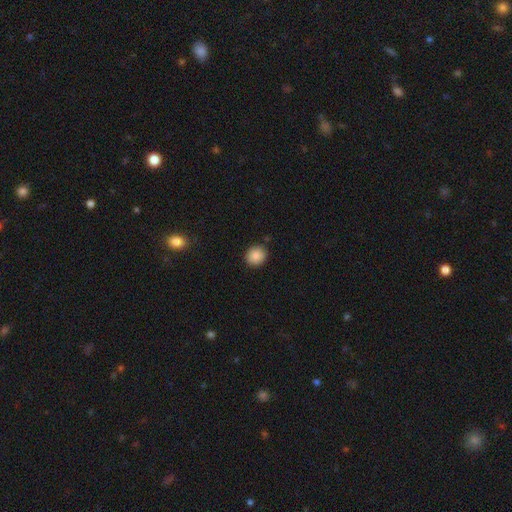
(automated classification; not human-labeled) This appears to be a smooth galaxy with no disk features (88%) that is round (79%). Merging: none (88%).